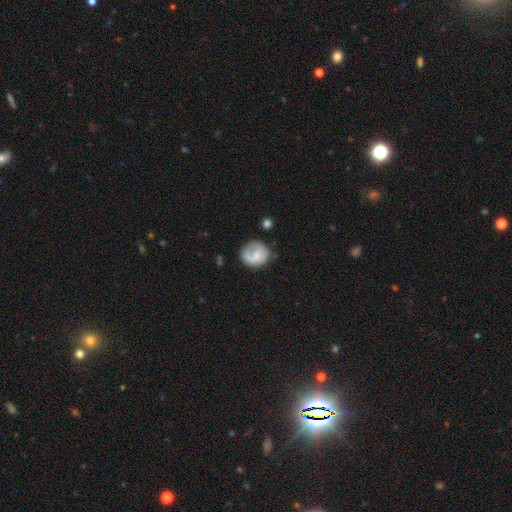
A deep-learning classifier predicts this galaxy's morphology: smooth 60%, featured or disk 33%, star or artifact 7%. Down the decision tree: how rounded — round (77%); merging — none (62%).